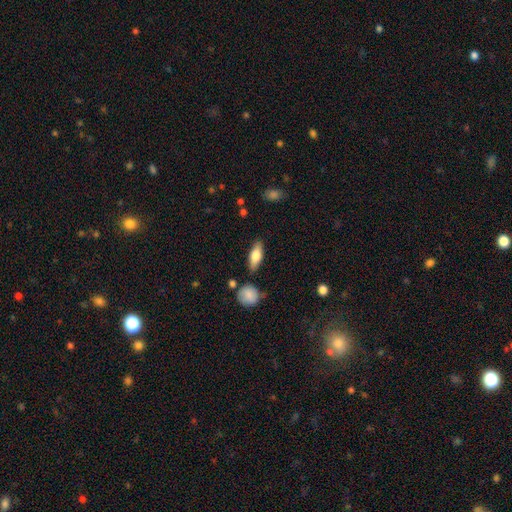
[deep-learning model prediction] A smooth galaxy with no disk features (70%) that is in between round and cigar-shaped (72%). Merging: none (84%).